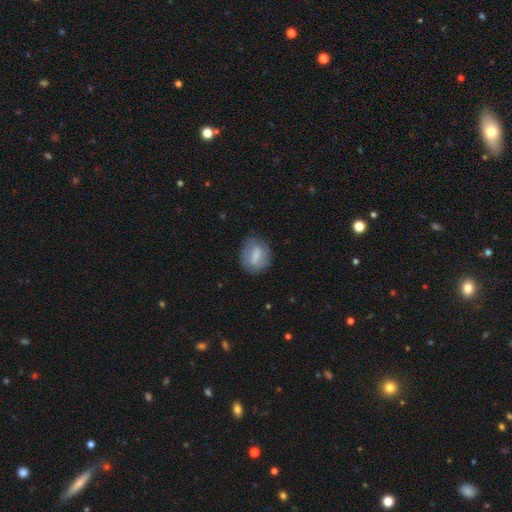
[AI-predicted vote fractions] Morphology: type=smooth (59%); roundness=in between (60%); merging=none (74%).